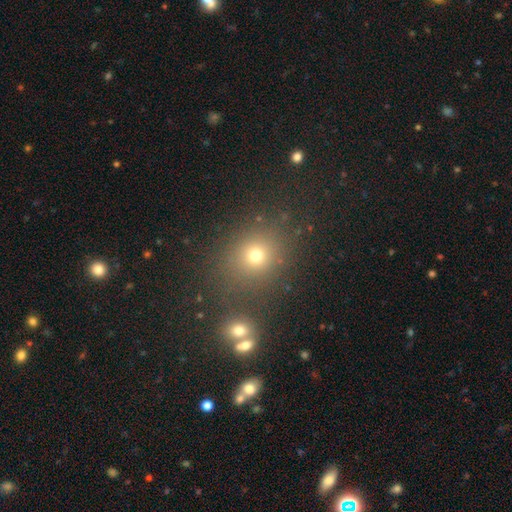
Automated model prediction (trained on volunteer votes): A smooth galaxy with no disk features (69%) that is round (70%). Merging: none (73%).